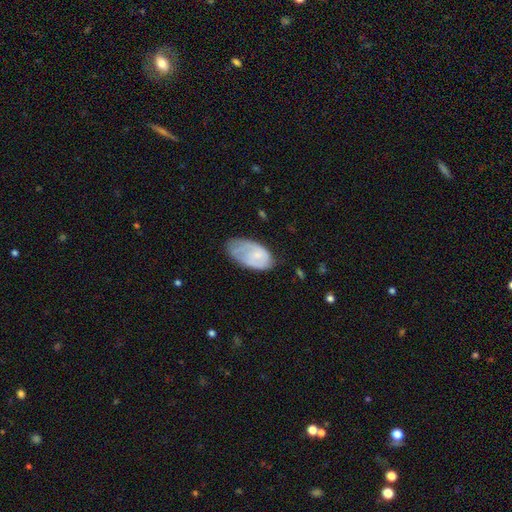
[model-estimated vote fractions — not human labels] A smooth galaxy with no disk features (49%). Merging: none (42%).